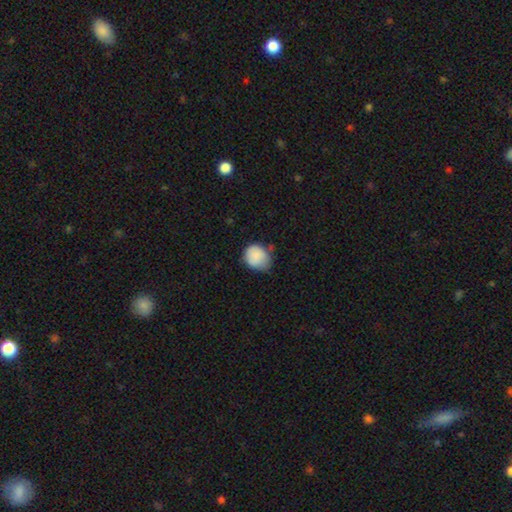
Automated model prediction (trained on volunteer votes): This is clearly a smooth galaxy (86%). How rounded: likely round (72%). Merging: possibly none (50%).